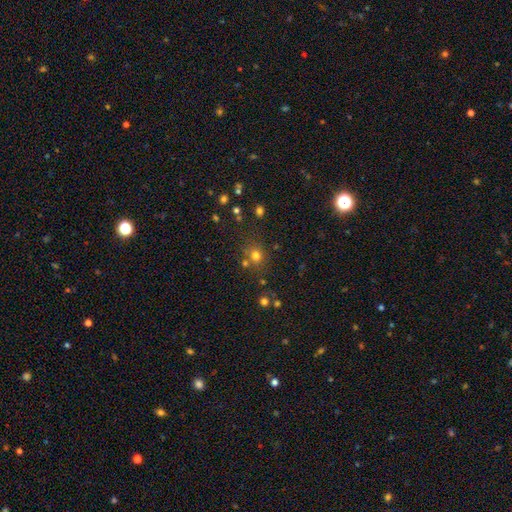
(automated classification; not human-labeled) This appears to be a smooth galaxy with no disk features (72%) that is round (79%). Merging: none (71%).